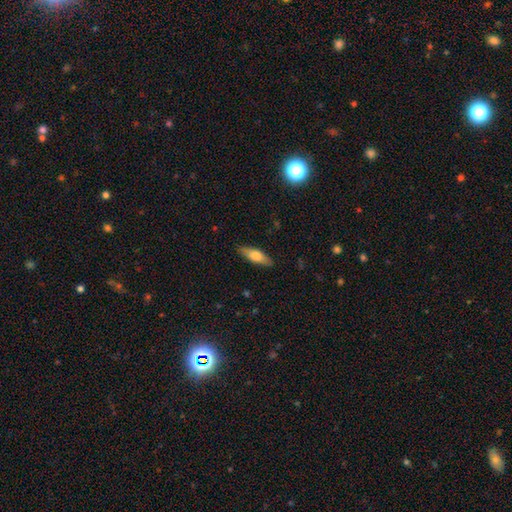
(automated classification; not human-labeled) Overall: smooth (64%; featured or disk 30%). How rounded: in between (55%; cigar-shaped 43%). Merging: none (88%).